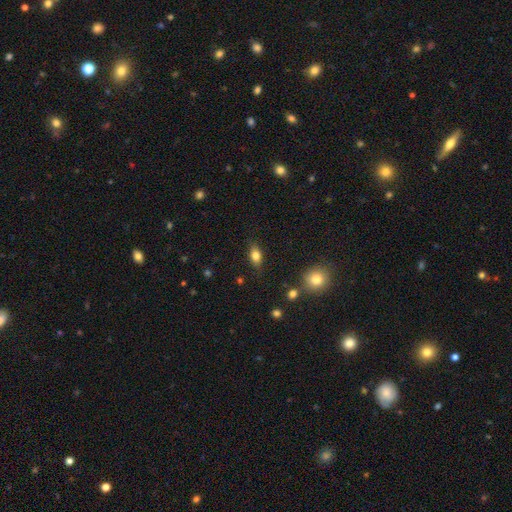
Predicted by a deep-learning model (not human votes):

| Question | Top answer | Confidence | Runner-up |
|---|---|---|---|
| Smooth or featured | smooth | 73% | featured or disk (18%) |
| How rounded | in between | 80% | round (11%) |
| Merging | none | 82% | minor disturbance (13%) |